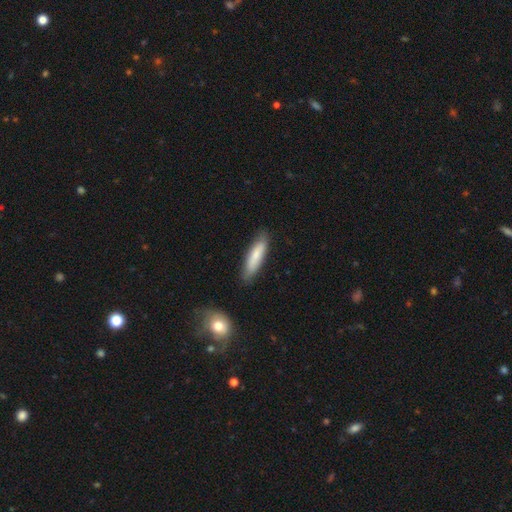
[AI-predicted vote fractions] Q: Smooth or featured?
A: smooth (77%); runner-up: featured or disk (17%)
Q: How rounded?
A: cigar-shaped (72%); runner-up: in between (27%)
Q: Merging?
A: none (82%); runner-up: minor disturbance (13%)